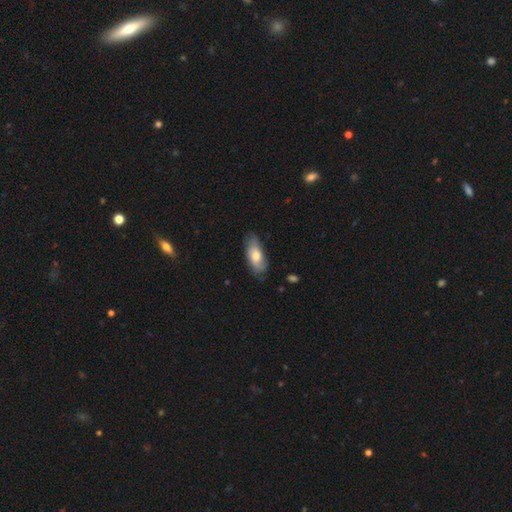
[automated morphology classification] smooth-or-featured: smooth: 65% | featured or disk: 29% | star or artifact: 6%
  how-rounded: in between: 83% | cigar-shaped: 14% | round: 3%
  merging: none: 69% | minor disturbance: 25% | major disturbance: 5% | merger: 1%